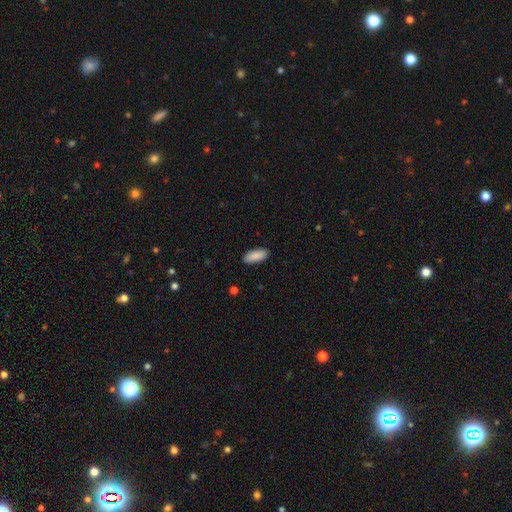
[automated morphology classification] Smooth or featured? smooth (90%)
How rounded? in between (83%)
Merging? none (89%)